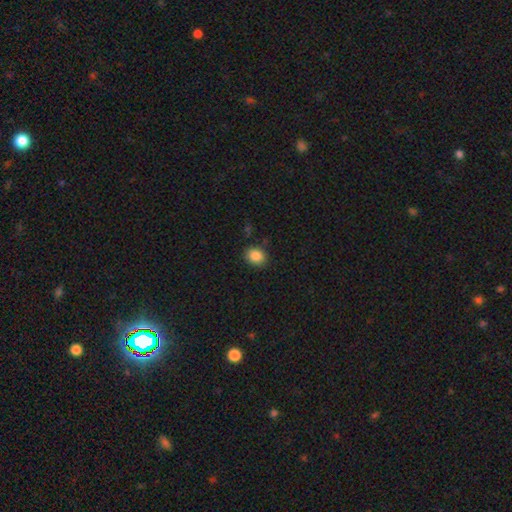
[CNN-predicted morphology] This appears to be a smooth galaxy with no disk features (86%) that is round (60%). Merging: none (85%).